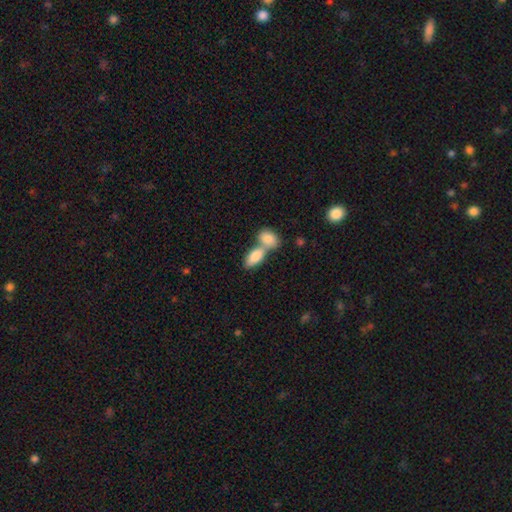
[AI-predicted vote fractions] smooth 84%, featured or disk 10%, star or artifact 6%. Down the decision tree: how rounded — in between (90%); merging — merger (66%).